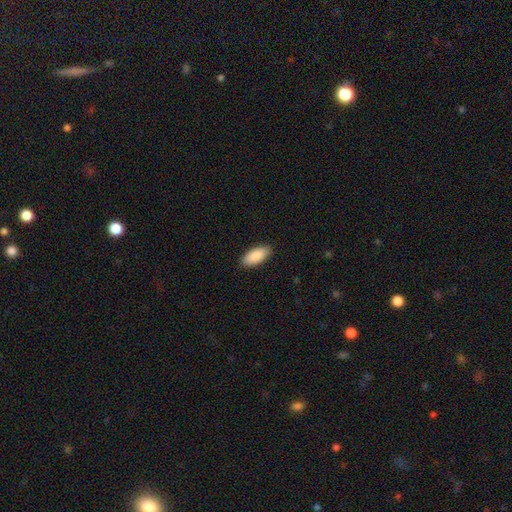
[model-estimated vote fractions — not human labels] Smooth or featured? smooth (89%)
How rounded? in between (89%)
Merging? none (89%)